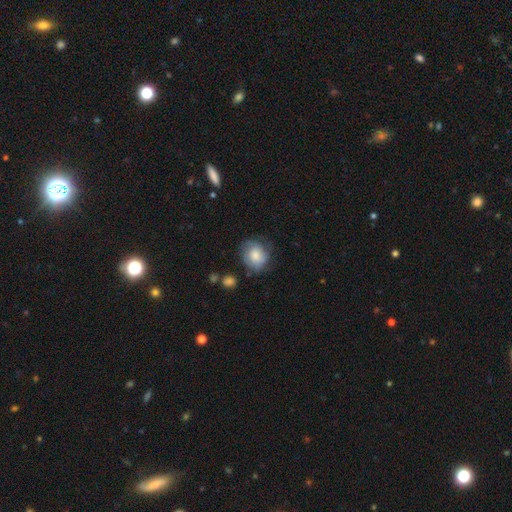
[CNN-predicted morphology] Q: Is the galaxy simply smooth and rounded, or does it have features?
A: smooth — 67%.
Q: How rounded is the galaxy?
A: round — 71%.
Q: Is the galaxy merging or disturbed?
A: none — 66%.